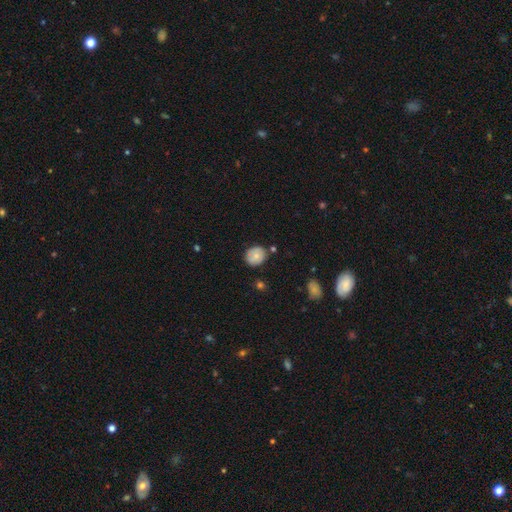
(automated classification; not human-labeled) Overall: smooth (69%). How rounded: round (70%). Merging: none (73%).